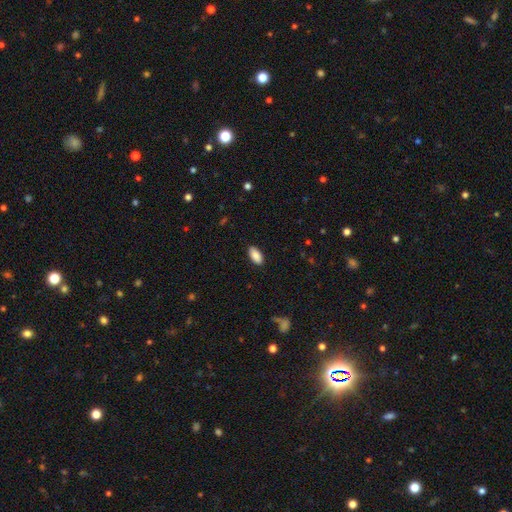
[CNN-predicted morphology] type=smooth (88%); roundness=in between (92%); merging=none (89%).